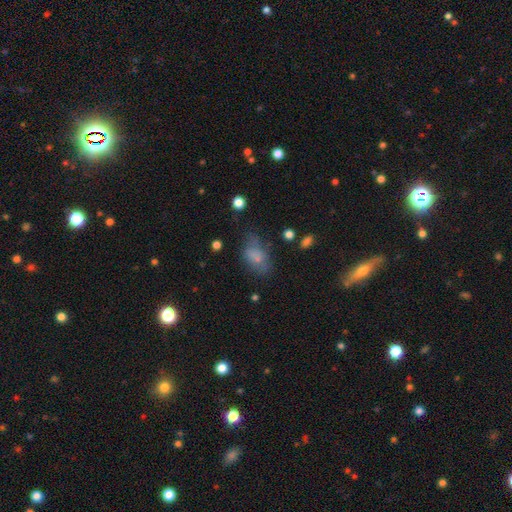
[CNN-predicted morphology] smooth_or_featured: smooth (p=0.69) [alt: featured or disk p=0.19]
how_rounded: in between (p=0.87) [alt: round p=0.10]
merging: none (p=0.44) [alt: minor disturbance p=0.29]